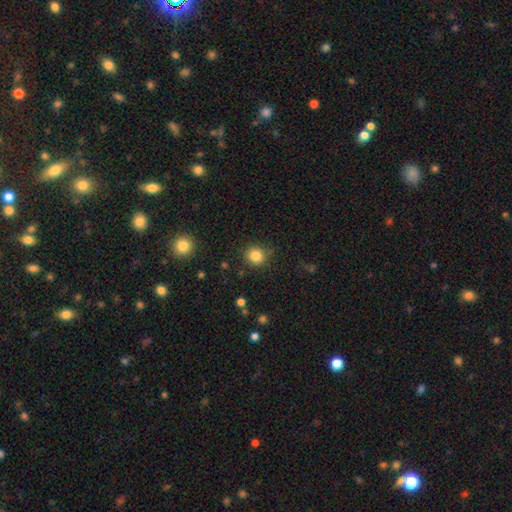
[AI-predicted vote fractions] A smooth galaxy with no disk features (84%) that is round (90%). Merging: none (86%).